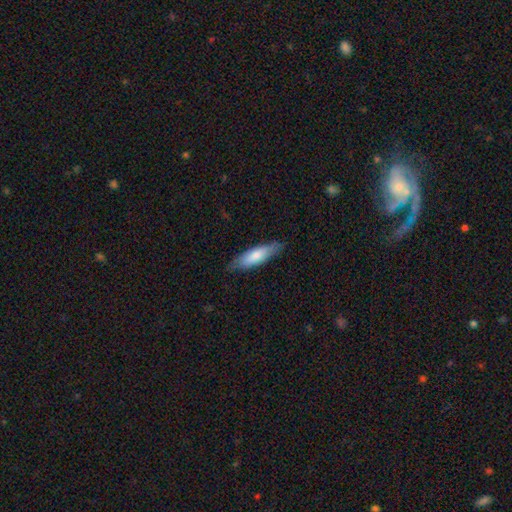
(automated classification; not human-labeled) smooth-or-featured: smooth: 72% | featured or disk: 23% | star or artifact: 5%
  how-rounded: cigar-shaped: 58% | in between: 41% | round: 1%
  merging: none: 79% | minor disturbance: 17% | major disturbance: 3% | merger: 1%